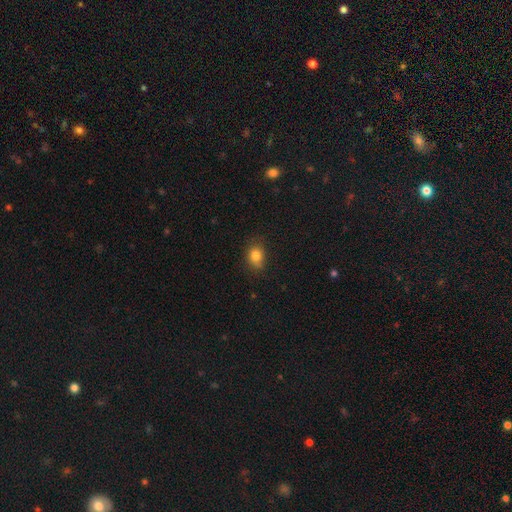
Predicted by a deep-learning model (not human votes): smooth 82%, star or artifact 10%, featured or disk 8%. Down the decision tree: how rounded — in between (56%); merging — none (69%).